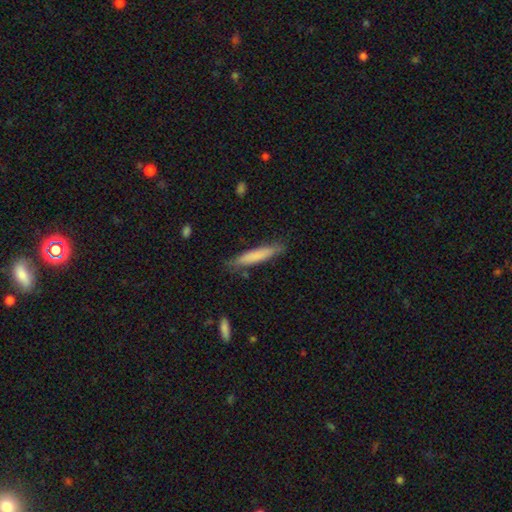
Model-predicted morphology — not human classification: Smooth or featured: smooth — 76% (featured or disk — 18%)
How rounded: cigar-shaped — 90% (in between — 8%)
Merging: none — 81% (minor disturbance — 15%)